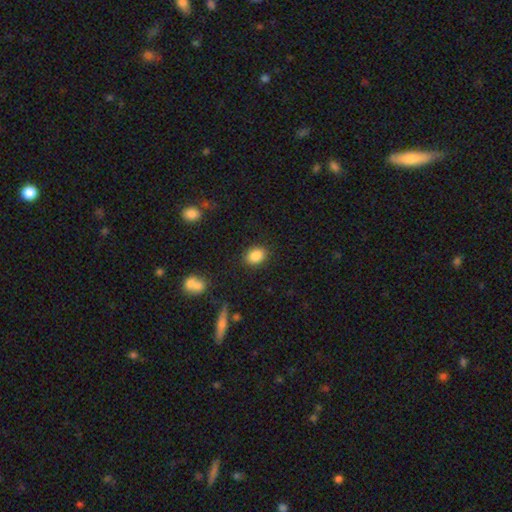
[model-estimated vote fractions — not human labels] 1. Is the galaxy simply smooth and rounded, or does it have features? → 86% smooth, 9% star or artifact, 5% featured or disk.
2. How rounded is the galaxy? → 57% in between, 41% round, 1% cigar-shaped.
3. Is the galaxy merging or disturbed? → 86% none, 9% minor disturbance, 3% major disturbance, 2% merger.